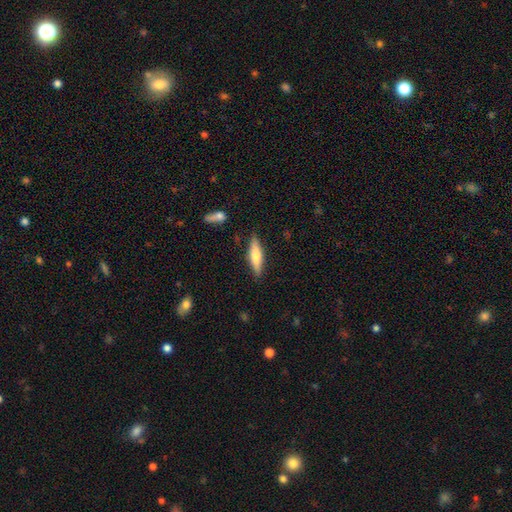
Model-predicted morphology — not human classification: A smooth galaxy with no disk features (60%) that is cigar-shaped (69%).

Vote fractions:
- Smooth or featured? smooth: 60% / featured or disk: 34% / star or artifact: 6%
- How rounded? cigar-shaped: 69% / in between: 30% / round: 2%
- Merging? none: 86% / minor disturbance: 10% / merger: 2% / major disturbance: 2%